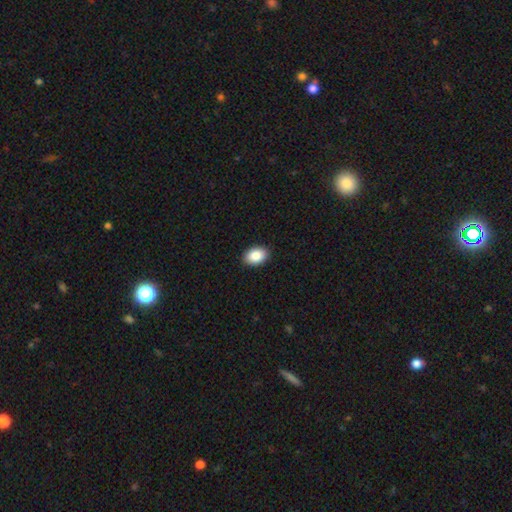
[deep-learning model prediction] Q: Smooth or featured?
A: smooth (88%); runner-up: star or artifact (7%)
Q: How rounded?
A: in between (83%); runner-up: round (16%)
Q: Merging?
A: none (90%); runner-up: minor disturbance (7%)